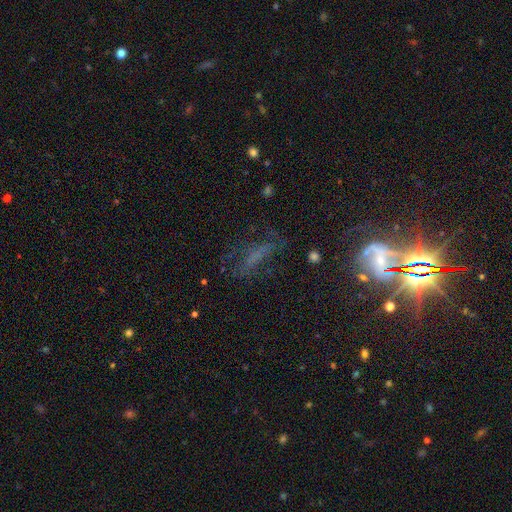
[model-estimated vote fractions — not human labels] A featured or disk galaxy (44%). Merging: none (50%).